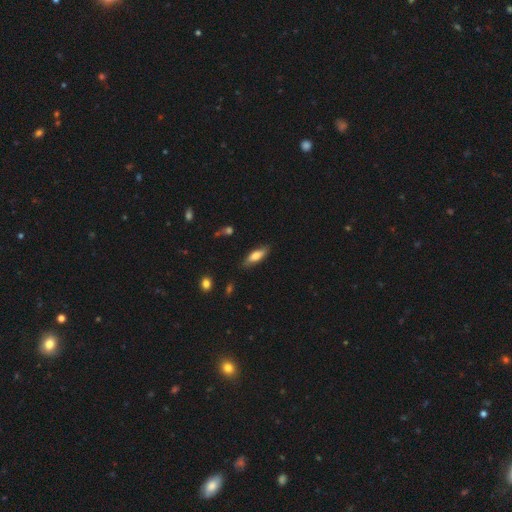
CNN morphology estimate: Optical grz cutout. It shows a smooth galaxy with no disk features (71%) that is in between round and cigar-shaped (57%). Merging: none (81%).